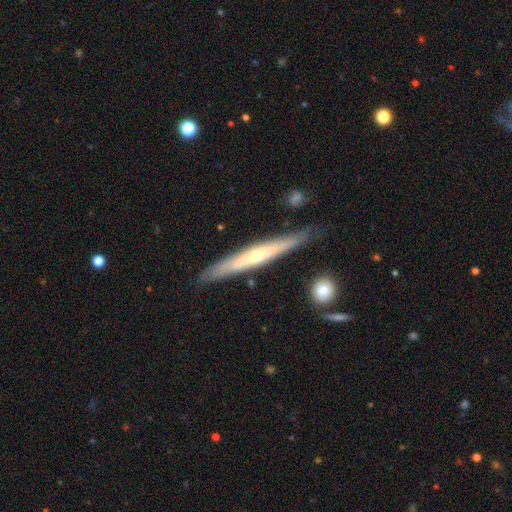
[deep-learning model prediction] smooth_or_featured: featured or disk (p=0.66) [alt: smooth p=0.29]
disk_edge_on: yes (p=0.88) [alt: no p=0.12]
edge_on_bulge: rounded (p=0.67) [alt: none p=0.29]
merging: none (p=0.82) [alt: minor disturbance p=0.13]